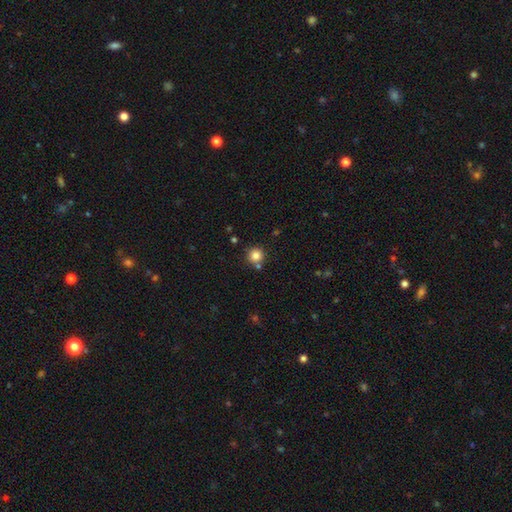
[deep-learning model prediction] Morphology: type=smooth (83%); roundness=round (95%); merging=none (79%).